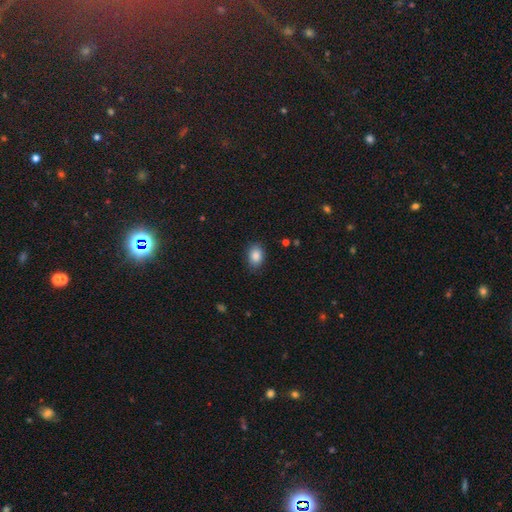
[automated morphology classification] Smooth or featured: smooth — 87% (star or artifact — 8%)
How rounded: in between — 77% (round — 22%)
Merging: none — 84% (minor disturbance — 12%)